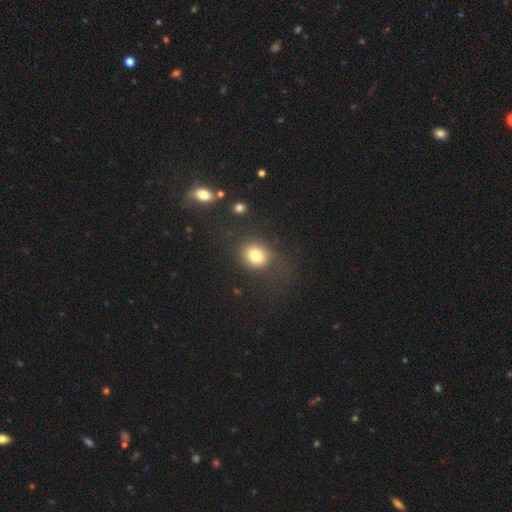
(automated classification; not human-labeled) Overall: smooth (78%). How rounded: round (66%; in between 33%). Merging: none (73%).